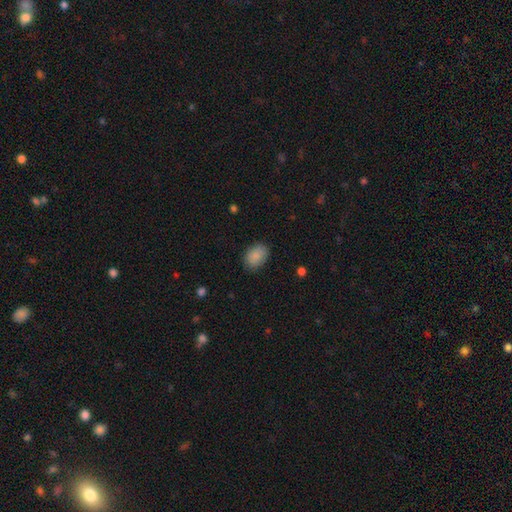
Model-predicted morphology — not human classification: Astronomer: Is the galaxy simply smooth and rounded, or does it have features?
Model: smooth — 88%.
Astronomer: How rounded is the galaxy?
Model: in between — 79%.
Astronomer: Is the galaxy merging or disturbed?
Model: none — 83%.